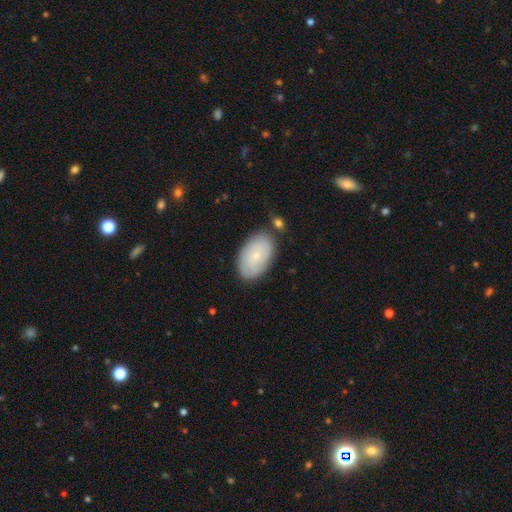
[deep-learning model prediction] This is possibly a smooth galaxy (59%). How rounded: clearly in between (93%). Merging: likely none (77%).